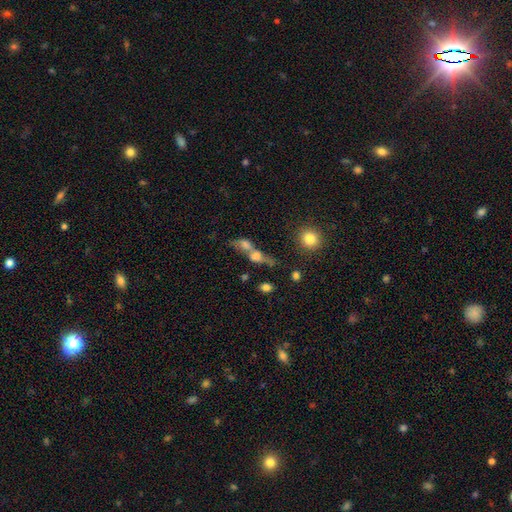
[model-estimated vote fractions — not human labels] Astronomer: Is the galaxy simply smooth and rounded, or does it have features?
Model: smooth — 52% (runner-up: featured or disk, 33%).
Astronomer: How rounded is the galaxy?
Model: in between — 50% (runner-up: cigar-shaped, 27%).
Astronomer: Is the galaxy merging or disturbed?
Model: merger — 62%.